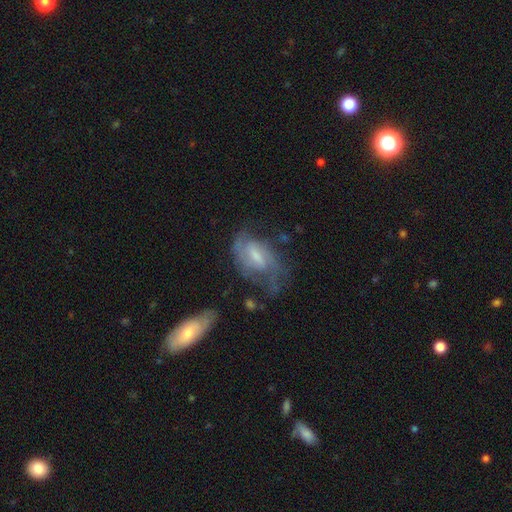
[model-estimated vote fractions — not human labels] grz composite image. It shows a featured or disk galaxy (73%) with a weak bar (55%), 2 (54%) medium (45%) spiral arms (87%) and a moderate central bulge (39%). Merging: none (48%).